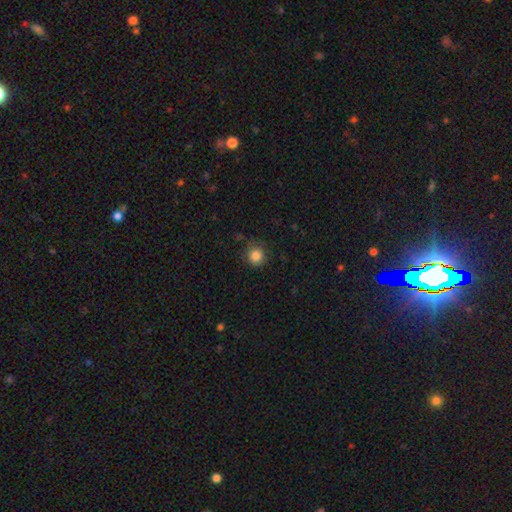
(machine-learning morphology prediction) The model was most divided on "merging": none: 81%, minor disturbance: 13%, major disturbance: 4%, merger: 1%. More confident: how rounded — round (92%); smooth or featured — smooth (85%).